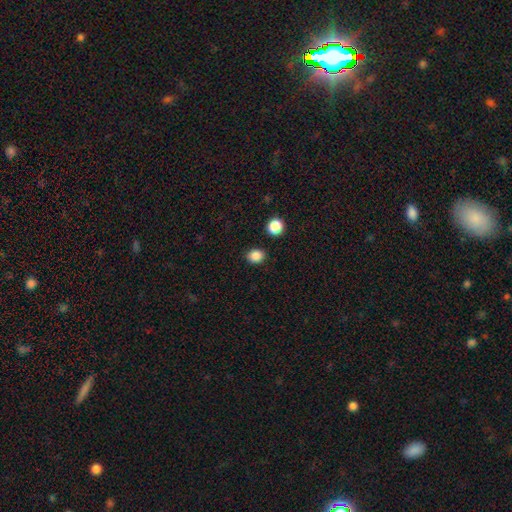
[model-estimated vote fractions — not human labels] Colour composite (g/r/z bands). It shows a smooth galaxy with no disk features (86%) that is round (66%). Merging: none (88%).